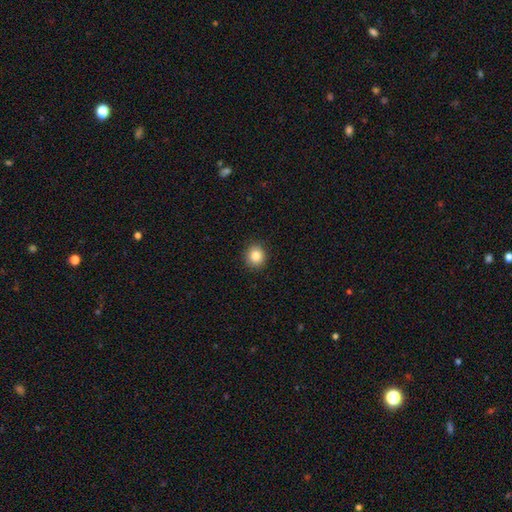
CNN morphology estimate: Smooth or featured? smooth (85%)
How rounded? round (86%)
Merging? none (91%)